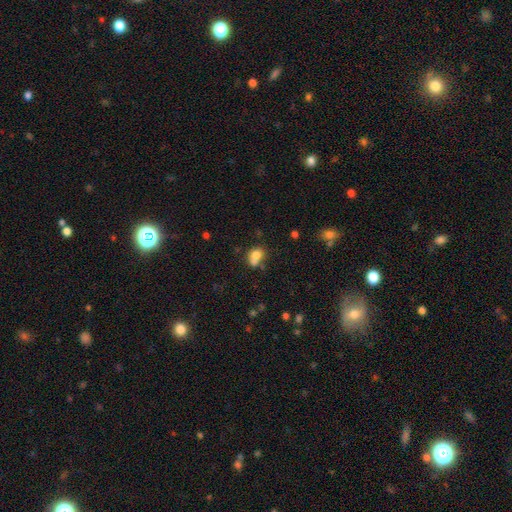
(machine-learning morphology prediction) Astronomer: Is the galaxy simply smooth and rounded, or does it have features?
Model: smooth — 75%.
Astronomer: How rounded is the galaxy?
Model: round — 55% (runner-up: in between, 44%).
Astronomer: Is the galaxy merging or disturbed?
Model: merger — 46% (runner-up: none, 33%).